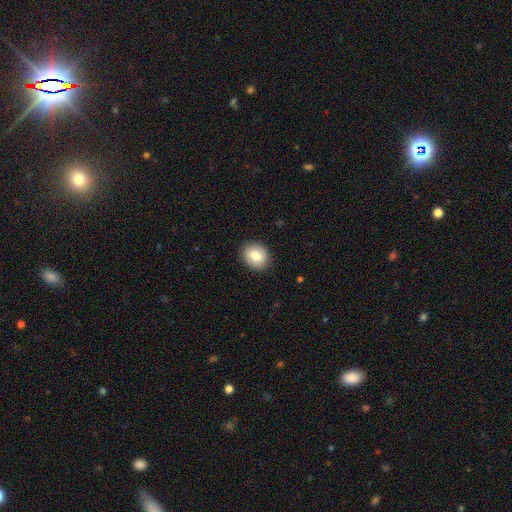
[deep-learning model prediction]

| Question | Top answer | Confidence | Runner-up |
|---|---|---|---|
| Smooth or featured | smooth | 81% | featured or disk (11%) |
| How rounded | round | 69% | in between (30%) |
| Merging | none | 88% | minor disturbance (8%) |